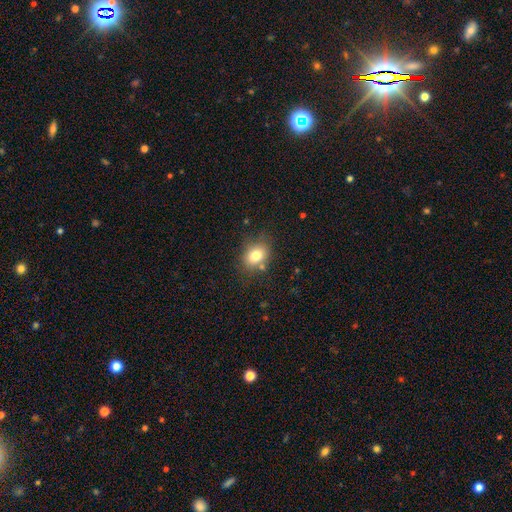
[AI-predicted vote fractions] Q: Smooth or featured?
A: smooth (79%); runner-up: featured or disk (11%)
Q: How rounded?
A: in between (63%); runner-up: round (36%)
Q: Merging?
A: none (71%); runner-up: minor disturbance (17%)